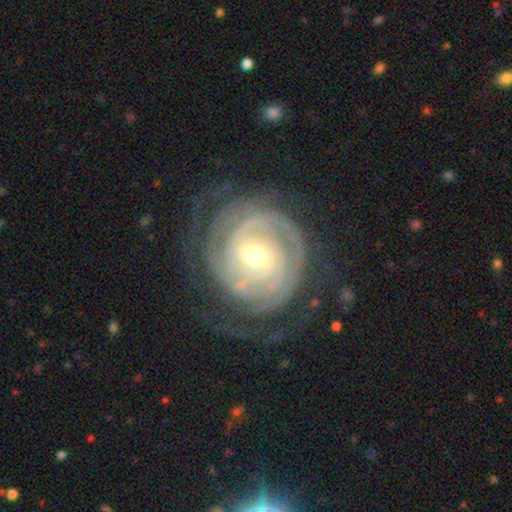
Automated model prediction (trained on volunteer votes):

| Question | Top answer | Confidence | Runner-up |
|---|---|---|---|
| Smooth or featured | featured or disk | 91% | smooth (5%) |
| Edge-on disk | no | 97% | yes (3%) |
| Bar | weak | 41% | no (39%) |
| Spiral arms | yes | 98% | no (2%) |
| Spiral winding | tight | 83% | medium (15%) |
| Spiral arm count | can't tell | 26% | 2 (24%) |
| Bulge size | moderate | 51% | small (45%) |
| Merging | none | 72% | minor disturbance (16%) |